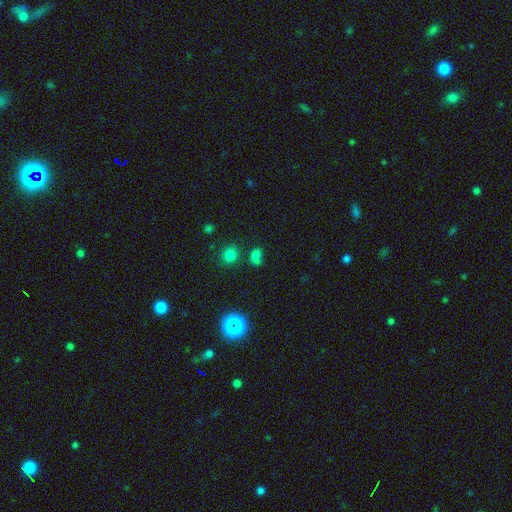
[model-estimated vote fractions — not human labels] Smooth or featured: smooth — 67% (star or artifact — 26%)
How rounded: in between — 49% (tied with round — 49%)
Merging: none — 58% (merger — 17%)